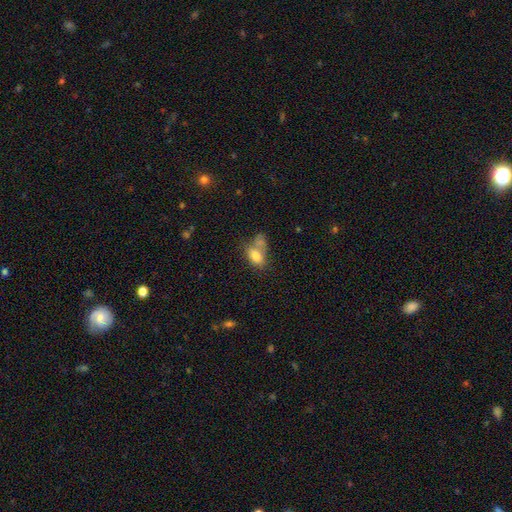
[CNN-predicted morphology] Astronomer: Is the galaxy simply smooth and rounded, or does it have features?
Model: smooth — 78%.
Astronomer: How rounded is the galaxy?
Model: in between — 87%.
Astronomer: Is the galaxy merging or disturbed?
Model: none — 36%, tied with merger at 36%.